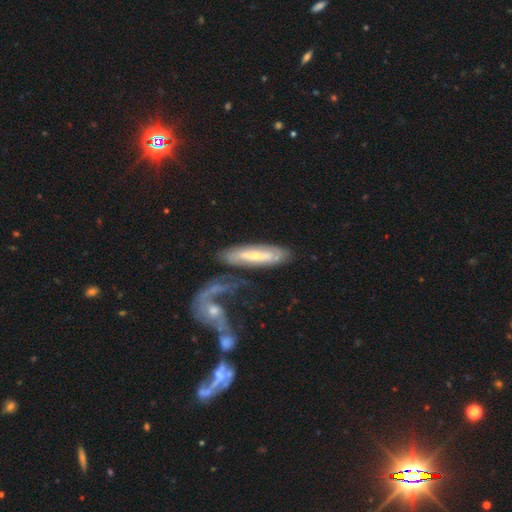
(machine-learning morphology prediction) Overall: featured or disk (61%; smooth 32%). Edge-on disk: no (66%; yes 34%). Merging: none (54%; merger 18%).